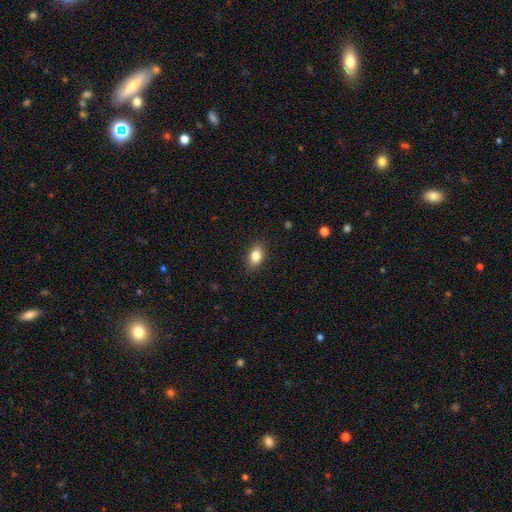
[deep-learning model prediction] smooth_or_featured: smooth (p=0.83) [alt: featured or disk p=0.09]
how_rounded: in between (p=0.84) [alt: round p=0.13]
merging: none (p=0.88) [alt: minor disturbance p=0.09]